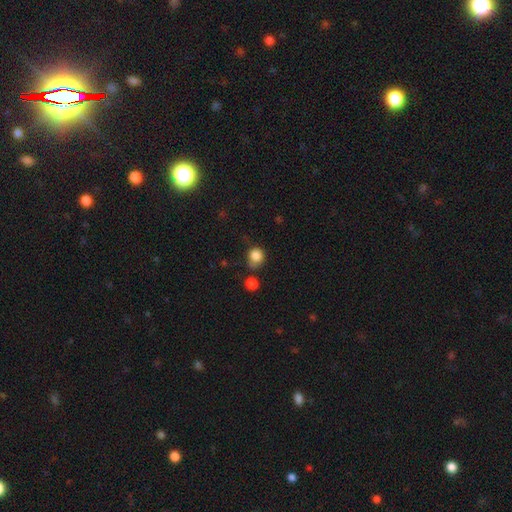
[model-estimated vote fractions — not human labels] A smooth galaxy with no disk features (84%) that is round (82%).

Vote fractions:
- Smooth or featured? smooth: 84% / star or artifact: 11% / featured or disk: 5%
- How rounded? round: 82% / in between: 17% / cigar-shaped: 1%
- Merging? none: 58% / minor disturbance: 24% / merger: 10% / major disturbance: 8%